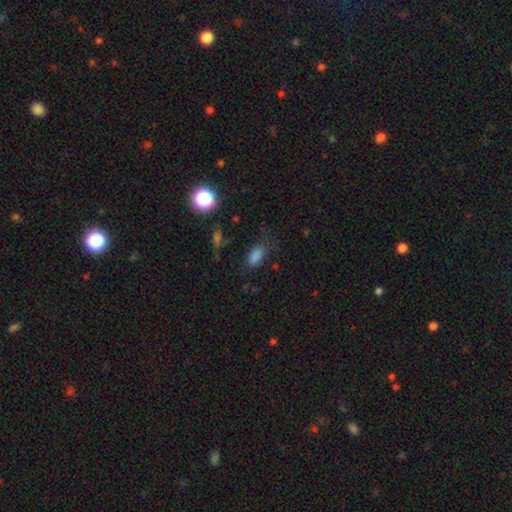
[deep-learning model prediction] Q: Smooth or featured?
A: smooth (80%); runner-up: star or artifact (14%)
Q: How rounded?
A: in between (88%); runner-up: round (6%)
Q: Merging?
A: none (67%); runner-up: minor disturbance (21%)